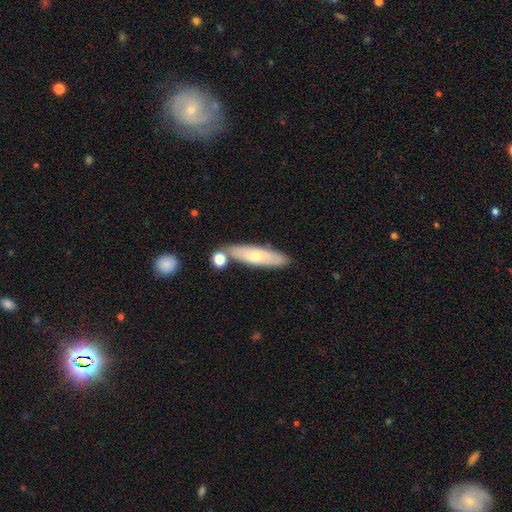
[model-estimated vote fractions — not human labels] The model was most divided on "smooth or featured": smooth: 57%, featured or disk: 37%, star or artifact: 6%. More confident: merging — none (74%); how rounded — cigar-shaped (67%).